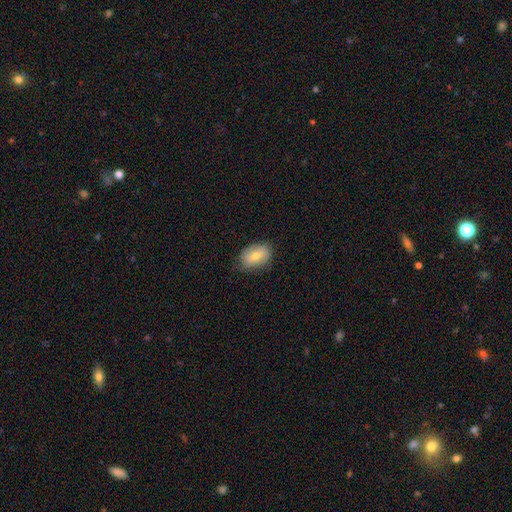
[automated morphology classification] A smooth galaxy with no disk features (67%) that is in between round and cigar-shaped (86%). Merging: none (74%).